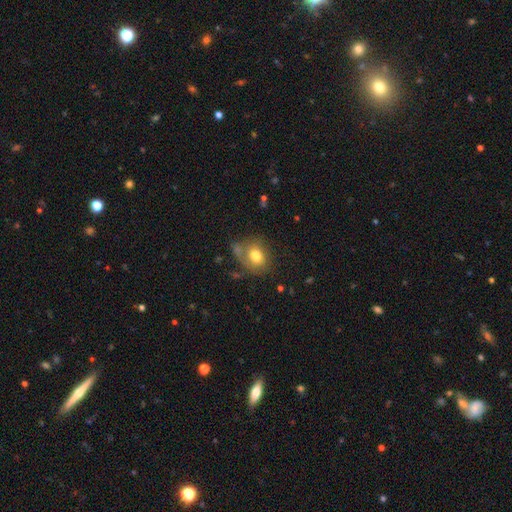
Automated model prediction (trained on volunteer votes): smooth_or_featured: smooth (p=0.75) [alt: featured or disk p=0.14]
how_rounded: round (p=0.61) [alt: in between p=0.37]
merging: none (p=0.56) [alt: minor disturbance p=0.21]